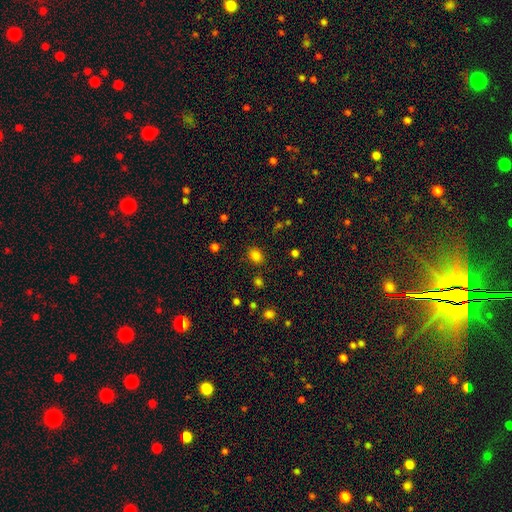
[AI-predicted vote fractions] The model was most divided on "how rounded": round: 50%, in between: 49%, cigar-shaped: 1%. More confident: merging — none (84%); smooth or featured — smooth (81%).